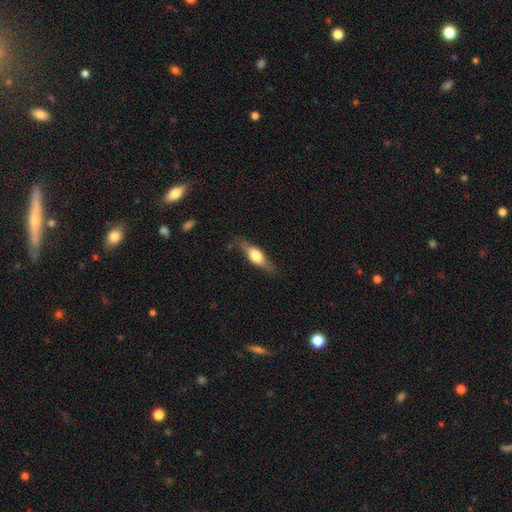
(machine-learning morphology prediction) This appears to be a smooth galaxy with no disk features (50%). Merging: none (74%).